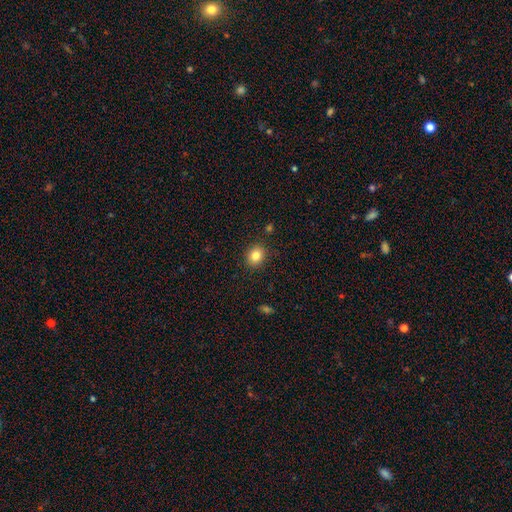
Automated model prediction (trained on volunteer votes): Morphology: type=smooth (83%); roundness=round (66%); merging=none (89%).